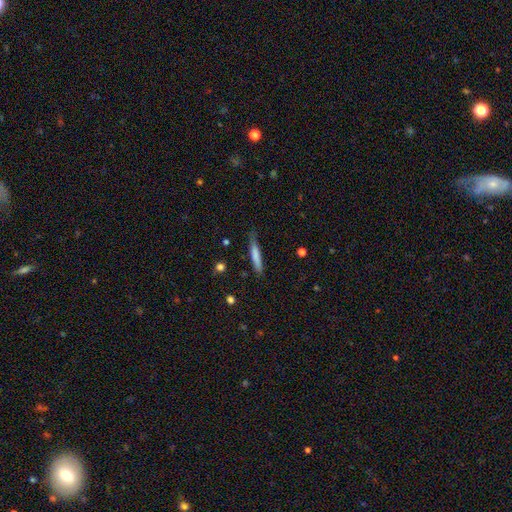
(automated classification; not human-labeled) smooth 73%, featured or disk 21%, star or artifact 6%. Down the decision tree: how rounded — cigar-shaped (92%); merging — none (73%).